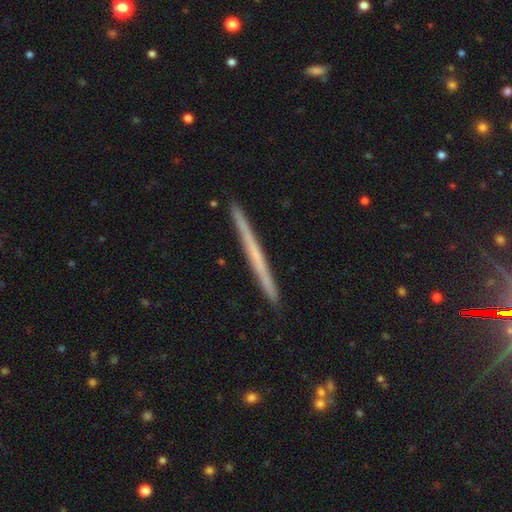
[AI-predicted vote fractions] The model was most divided on "smooth or featured": featured or disk: 54%, smooth: 38%, star or artifact: 7%. More confident: edge-on disk — yes (98%); merging — none (92%); edge-on bulge — none (87%).